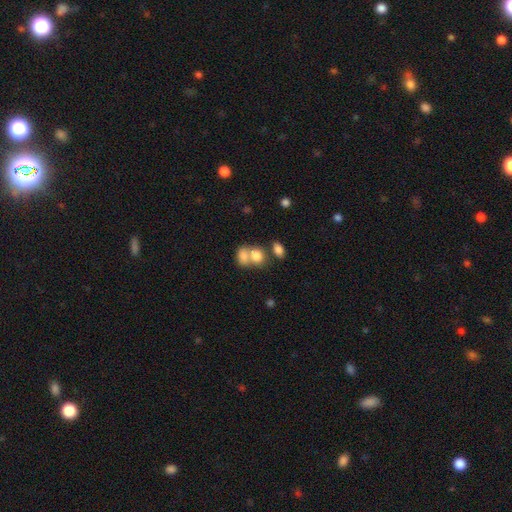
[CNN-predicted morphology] This is likely a smooth galaxy (79%). How rounded: likely in between (62%). Merging: possibly merger (57%).